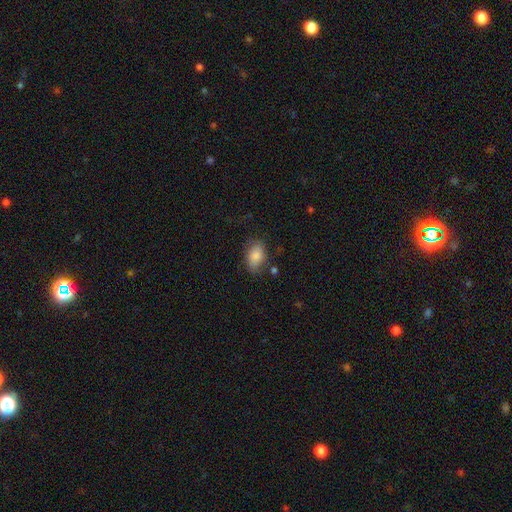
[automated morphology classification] A smooth galaxy with no disk features (79%) that is in between round and cigar-shaped (85%).

Vote fractions:
- Smooth or featured? smooth: 79% / featured or disk: 14% / star or artifact: 7%
- How rounded? in between: 85% / round: 14% / cigar-shaped: 1%
- Merging? none: 67% / minor disturbance: 22% / major disturbance: 8% / merger: 3%